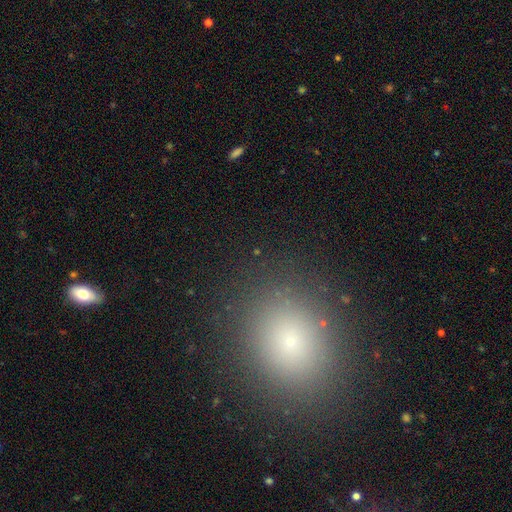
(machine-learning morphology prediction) The model was most divided on "how rounded": round: 56%, in between: 42%, cigar-shaped: 1%. More confident: merging — none (89%); smooth or featured — smooth (70%).